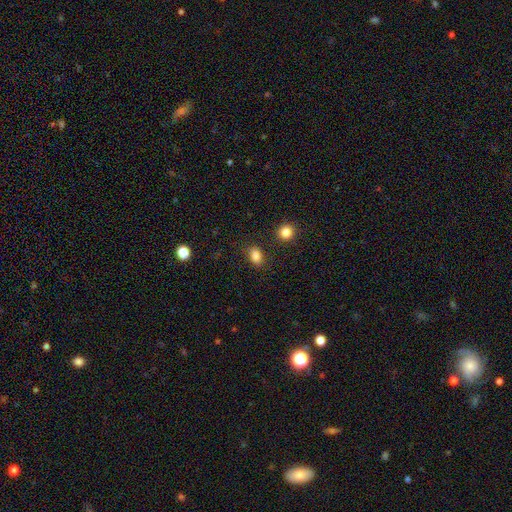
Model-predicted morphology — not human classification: Smooth or featured? smooth (85%)
How rounded? in between (78%)
Merging? none (82%)